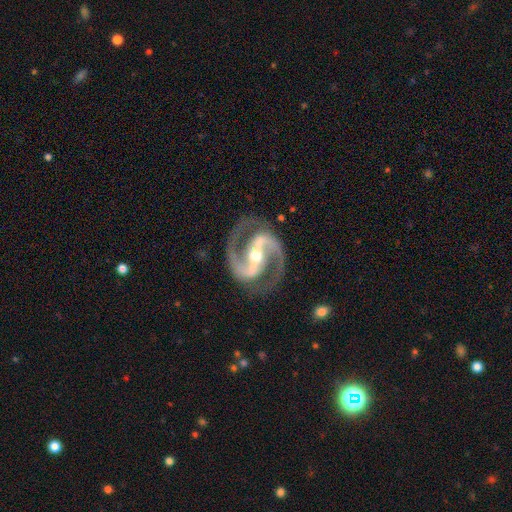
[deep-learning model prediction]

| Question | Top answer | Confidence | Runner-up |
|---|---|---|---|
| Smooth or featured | featured or disk | 94% | star or artifact (3%) |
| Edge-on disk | no | 98% | yes (2%) |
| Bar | strong | 70% | weak (21%) |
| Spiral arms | yes | 99% | no (1%) |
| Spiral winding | medium | 66% | tight (25%) |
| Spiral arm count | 2 | 95% | 3 (1%) |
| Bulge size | moderate | 63% | small (31%) |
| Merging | none | 86% | minor disturbance (9%) |